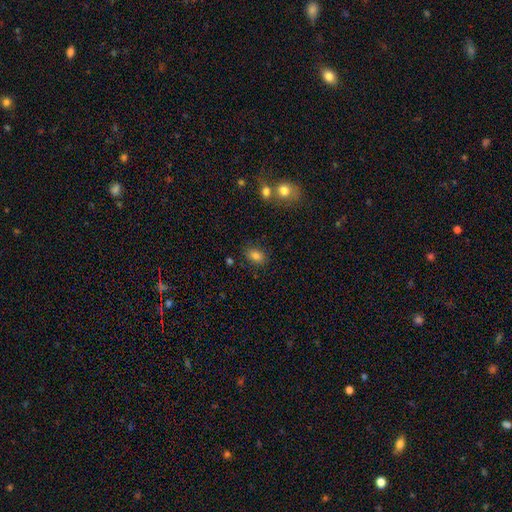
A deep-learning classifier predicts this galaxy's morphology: The model was most divided on "how rounded": in between: 74%, round: 24%, cigar-shaped: 1%. More confident: smooth or featured — smooth (81%); merging — none (81%).